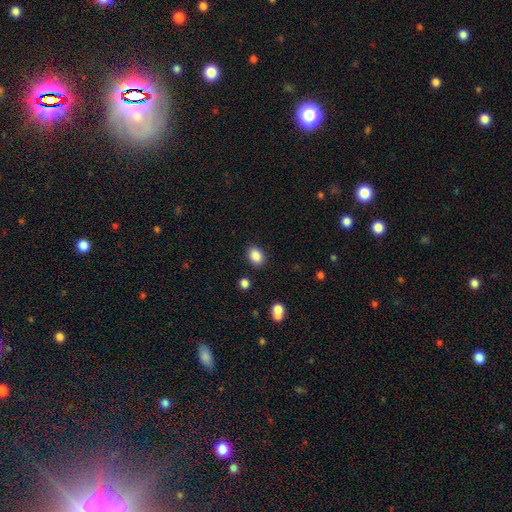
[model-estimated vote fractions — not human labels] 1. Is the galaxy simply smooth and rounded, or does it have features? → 87% smooth, 9% star or artifact, 4% featured or disk.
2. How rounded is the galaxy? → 70% in between, 28% round, 1% cigar-shaped.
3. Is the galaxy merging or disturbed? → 86% none, 9% minor disturbance, 3% major disturbance, 2% merger.